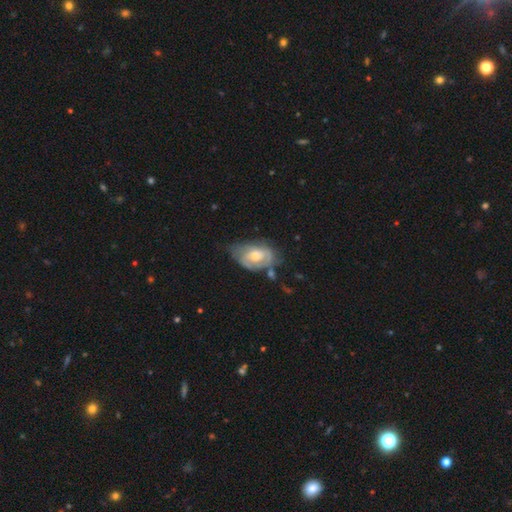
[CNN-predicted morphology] type=featured or disk (66%); edge-on=no (95%); bar=no (68%); spiral arms=yes (75%); bulge=moderate (64%); merging=none (42%).